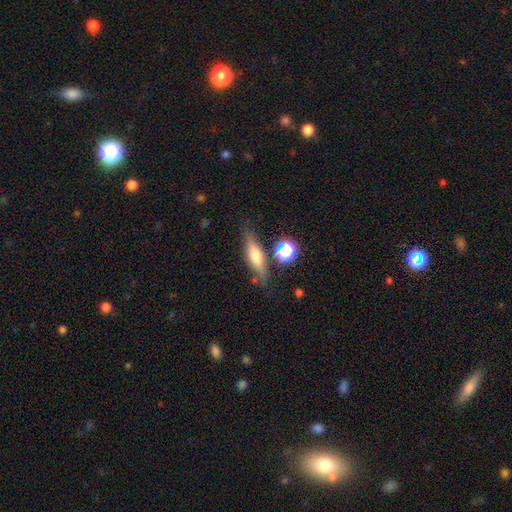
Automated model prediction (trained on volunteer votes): smooth_or_featured: smooth (p=0.54) [alt: featured or disk p=0.37]
how_rounded: cigar-shaped (p=0.61) [alt: in between p=0.35]
merging: none (p=0.75) [alt: minor disturbance p=0.14]